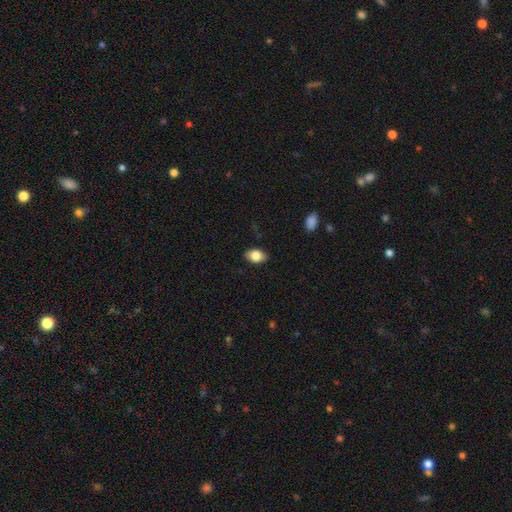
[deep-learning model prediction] Smooth or featured: smooth — 81% (featured or disk — 11%)
How rounded: in between — 86% (round — 12%)
Merging: none — 86% (minor disturbance — 11%)